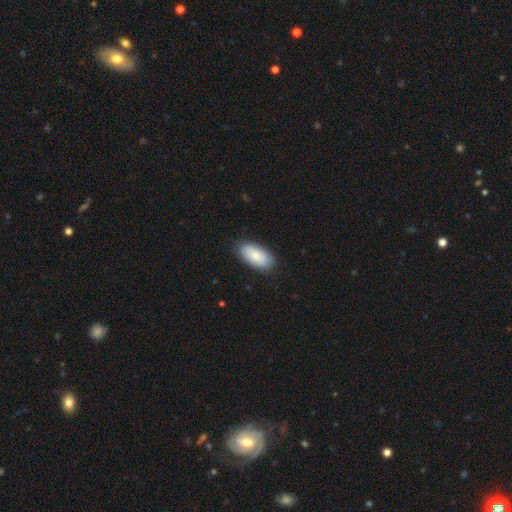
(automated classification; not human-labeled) This appears to be a smooth galaxy with no disk features (86%) that is in between round and cigar-shaped (94%). Merging: none (85%).